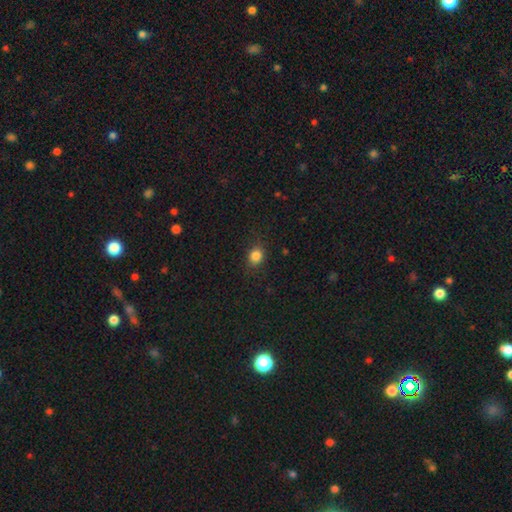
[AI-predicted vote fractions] A smooth galaxy with no disk features (84%) that is round (65%).

Vote fractions:
- Smooth or featured? smooth: 84% / star or artifact: 12% / featured or disk: 5%
- How rounded? round: 65% / in between: 34% / cigar-shaped: 1%
- Merging? none: 85% / minor disturbance: 11% / major disturbance: 3% / merger: 1%